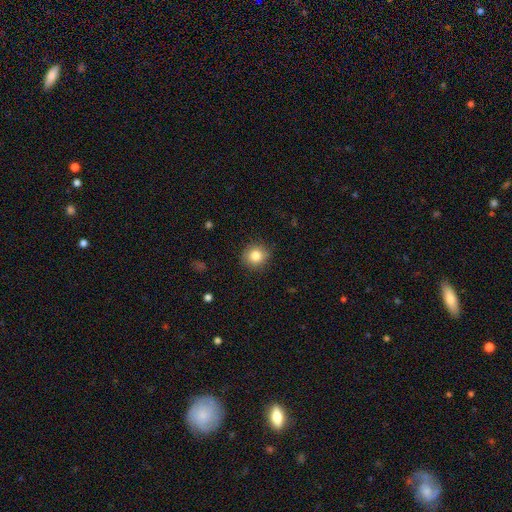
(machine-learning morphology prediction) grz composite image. It shows a smooth galaxy with no disk features (83%) that is round (88%). Merging: none (88%).